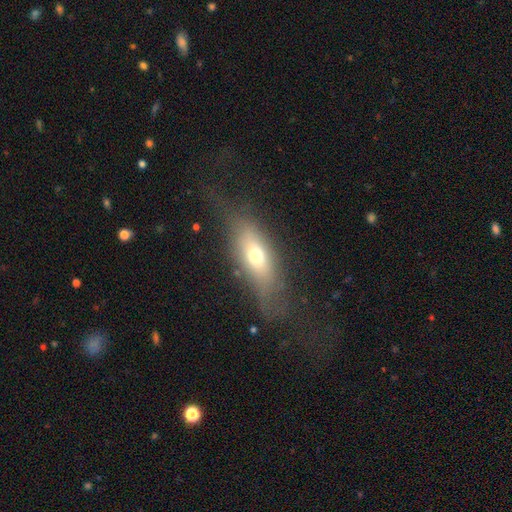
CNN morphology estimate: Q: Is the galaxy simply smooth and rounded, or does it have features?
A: smooth — 59%.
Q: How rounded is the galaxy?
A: in between — 69%.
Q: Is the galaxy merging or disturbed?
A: none — 56%.